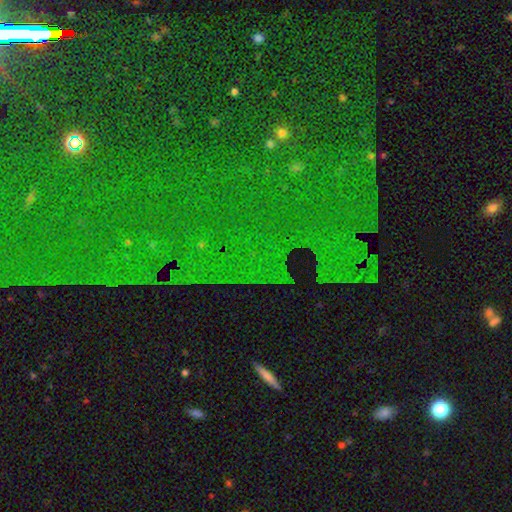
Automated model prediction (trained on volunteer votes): smooth-or-featured: star or artifact: 82% | featured or disk: 9% | smooth: 9%